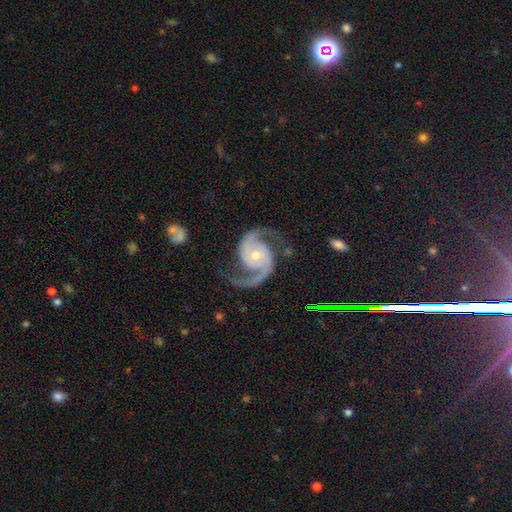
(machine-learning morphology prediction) This is clearly a featured or disk galaxy (93%). It is clearly not viewed edge-on (98%). Bar: likely no (68%). Spiral arm pattern: clearly yes (98%). Spiral arm count: clearly 2 (95%). Spiral winding: possibly medium (57%). Central bulge: possibly small (48%). Merging: likely none (79%).